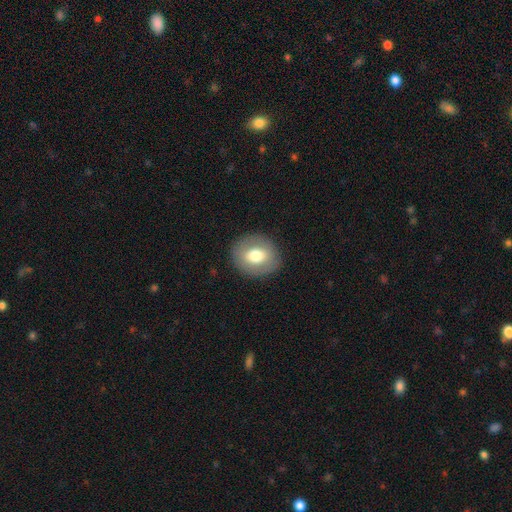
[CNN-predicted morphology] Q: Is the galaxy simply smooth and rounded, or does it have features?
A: smooth — 66%.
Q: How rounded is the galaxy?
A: round — 67%.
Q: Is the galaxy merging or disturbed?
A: none — 87%.